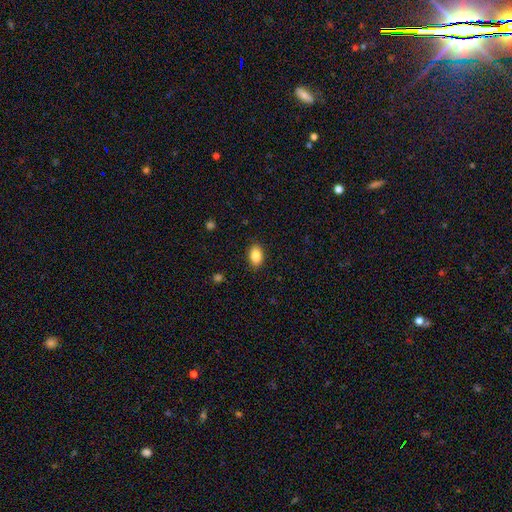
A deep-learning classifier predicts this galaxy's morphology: This is clearly a smooth galaxy (87%). How rounded: clearly in between (87%). Merging: clearly none (88%).